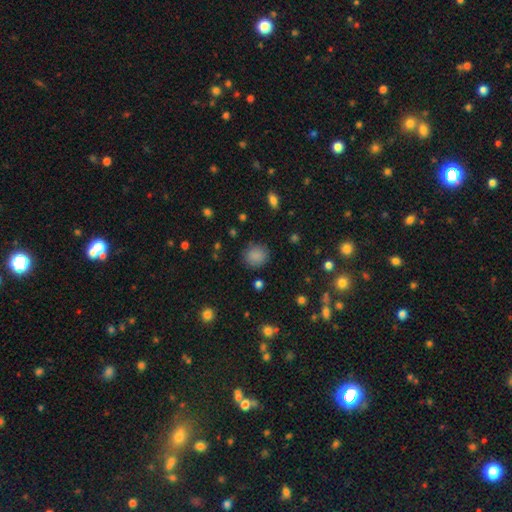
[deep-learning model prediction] This appears to be a smooth galaxy with no disk features (85%) that is round (81%). Merging: none (85%).